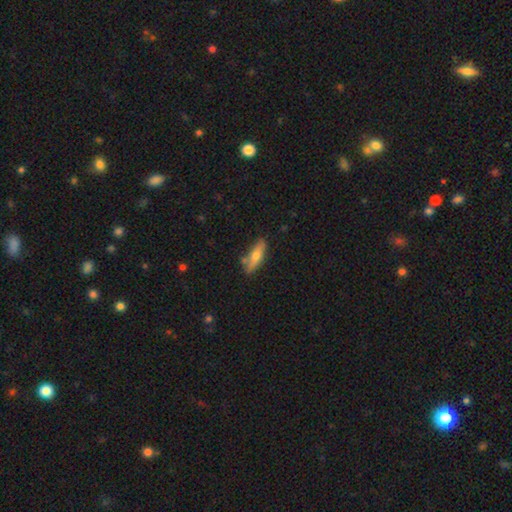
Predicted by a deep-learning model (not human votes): A smooth galaxy with no disk features (61%) that is cigar-shaped (58%). Merging: none (75%).